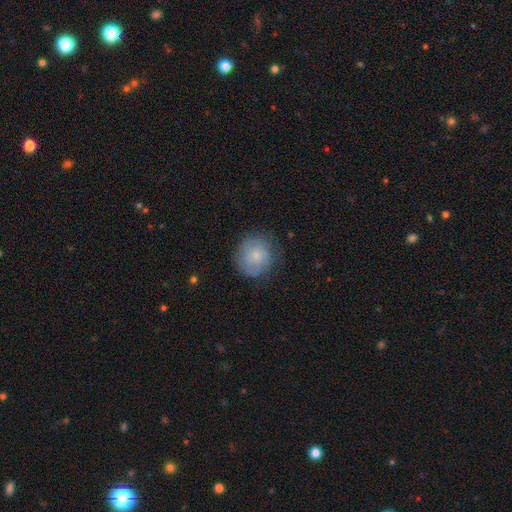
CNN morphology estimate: The model was most divided on "smooth or featured": smooth: 61%, featured or disk: 31%, star or artifact: 8%. More confident: how rounded — round (86%); merging — none (71%).